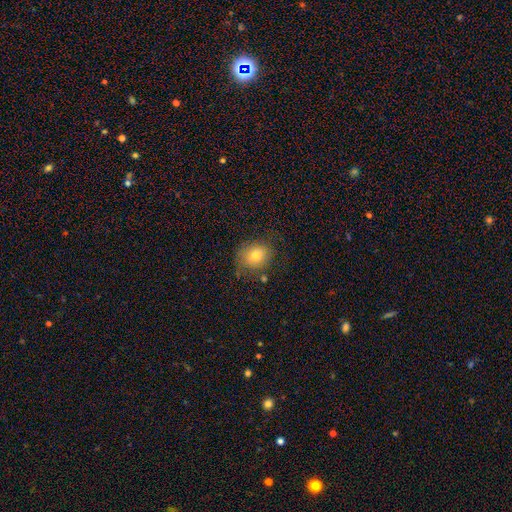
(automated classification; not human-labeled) This appears to be a smooth galaxy with no disk features (75%) that is round (64%). Merging: none (72%).